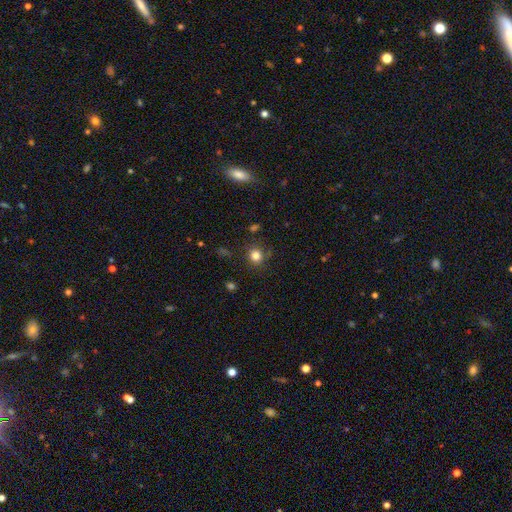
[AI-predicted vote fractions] smooth-or-featured: smooth: 81% | star or artifact: 13% | featured or disk: 6%
  how-rounded: round: 86% | in between: 13% | cigar-shaped: 1%
  merging: none: 86% | minor disturbance: 9% | major disturbance: 3% | merger: 2%